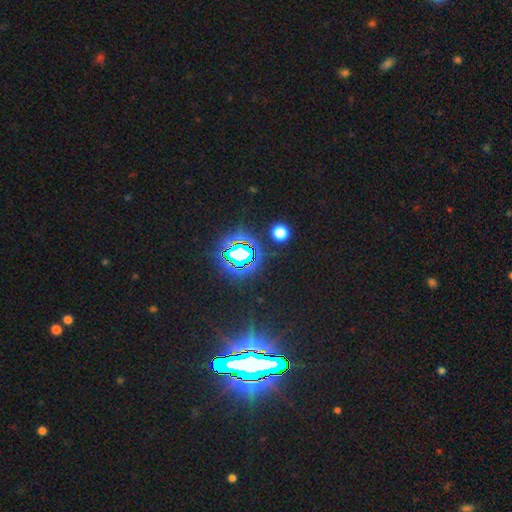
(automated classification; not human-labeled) Smooth or featured: star or artifact — 85% (smooth — 8%)